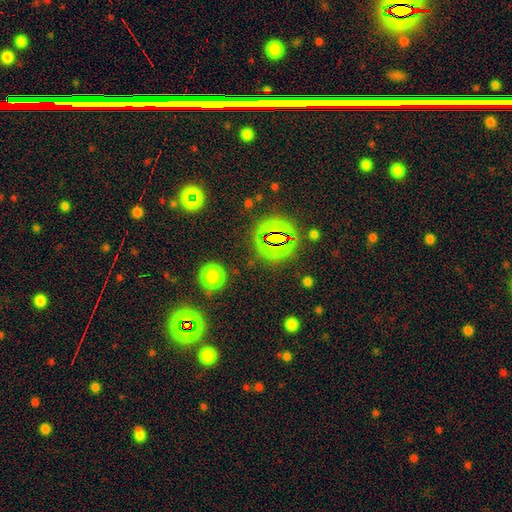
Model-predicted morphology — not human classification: A star or artifact, not a galaxy (74%).